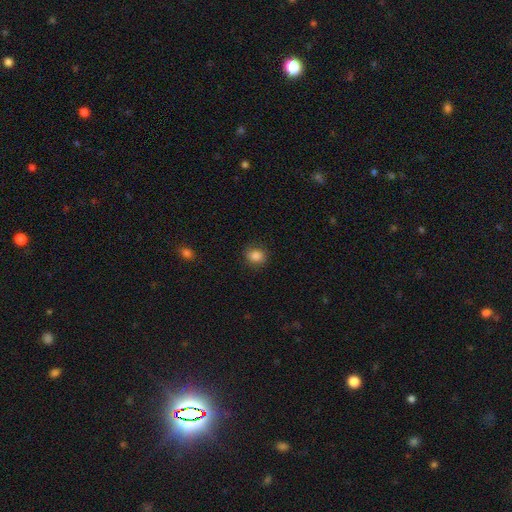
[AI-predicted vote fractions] Q: Smooth or featured?
A: smooth (85%); runner-up: star or artifact (10%)
Q: How rounded?
A: round (71%); runner-up: in between (28%)
Q: Merging?
A: none (83%); runner-up: minor disturbance (13%)